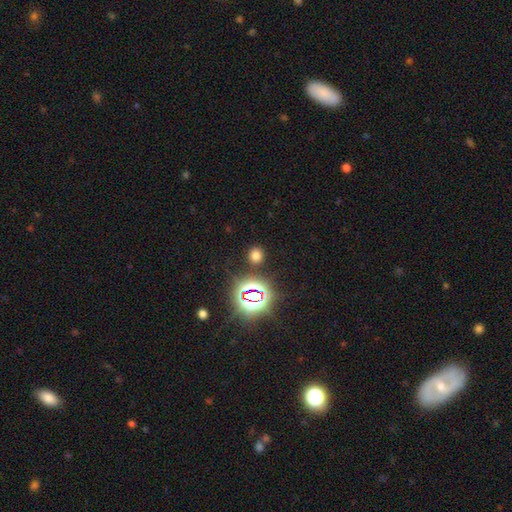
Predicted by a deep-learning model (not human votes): Morphology: type=smooth (66%); roundness=round (84%); merging=none (87%).